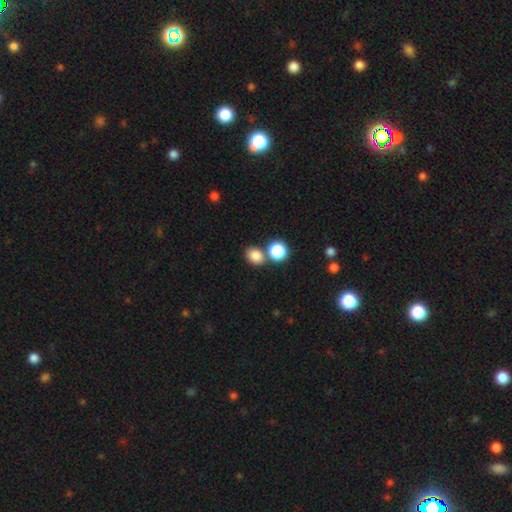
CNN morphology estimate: Smooth or featured? smooth (84%)
How rounded? round (56%)
Merging? none (60%)